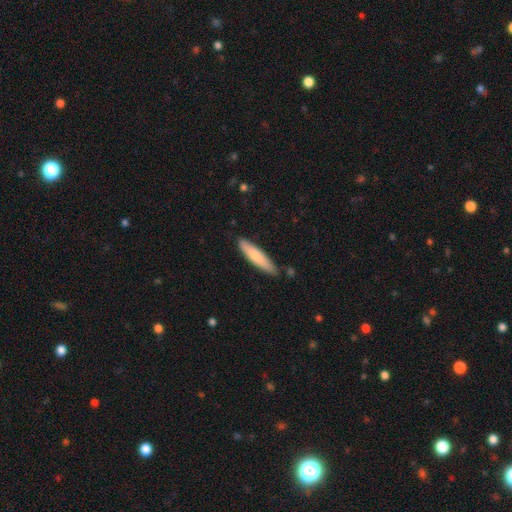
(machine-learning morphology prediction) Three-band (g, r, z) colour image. It shows a smooth galaxy with no disk features (77%) that is cigar-shaped (81%). Merging: none (82%).